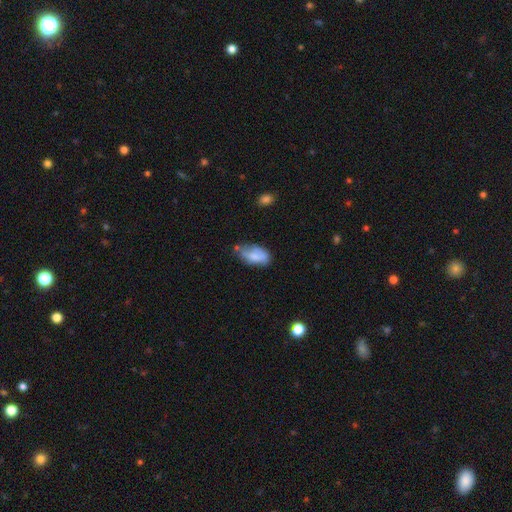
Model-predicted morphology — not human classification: smooth 68%, featured or disk 24%, star or artifact 8%. Down the decision tree: how rounded — in between (90%); merging — none (44%).